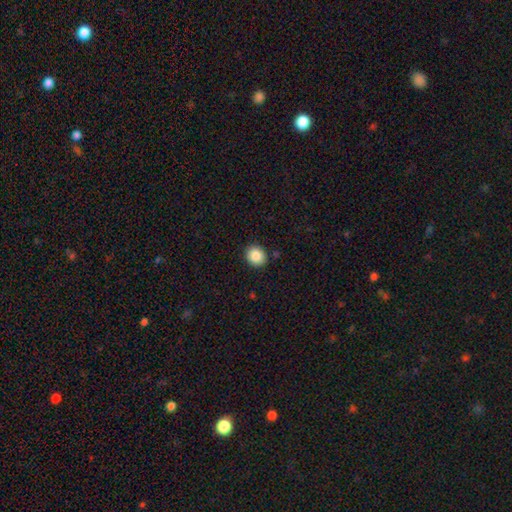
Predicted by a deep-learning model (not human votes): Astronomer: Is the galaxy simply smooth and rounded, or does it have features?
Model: smooth — 87%.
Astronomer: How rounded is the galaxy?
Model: round — 72%.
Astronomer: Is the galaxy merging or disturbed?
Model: none — 88%.